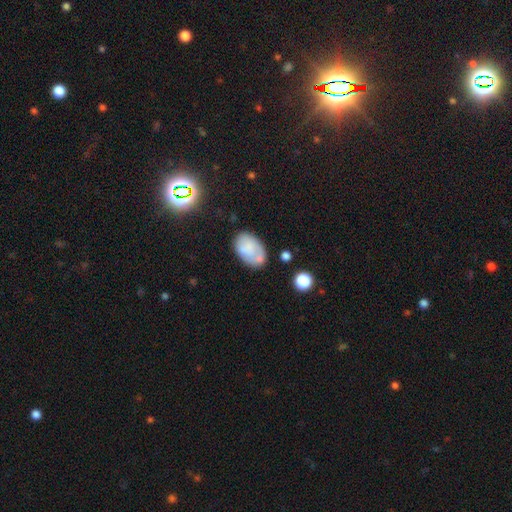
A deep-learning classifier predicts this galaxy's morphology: The model was most divided on "merging": none: 61%, minor disturbance: 22%, merger: 10%, major disturbance: 7%. More confident: how rounded — in between (90%); smooth or featured — smooth (69%).